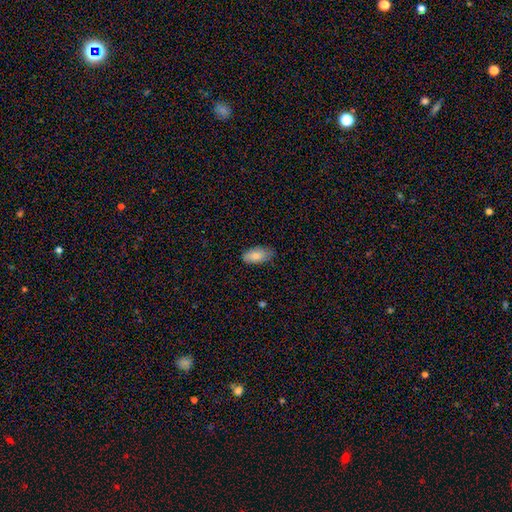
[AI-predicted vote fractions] Smooth or featured: smooth — 84% (featured or disk — 9%)
How rounded: in between — 93% (cigar-shaped — 4%)
Merging: none — 70% (minor disturbance — 25%)